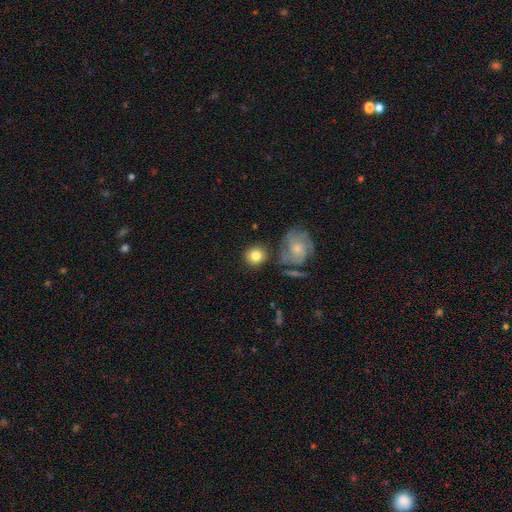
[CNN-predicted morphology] A smooth galaxy with no disk features (79%) that is round (88%).

Vote fractions:
- Smooth or featured? smooth: 79% / featured or disk: 14% / star or artifact: 7%
- How rounded? round: 88% / in between: 11% / cigar-shaped: 1%
- Merging? none: 77% / minor disturbance: 11% / merger: 8% / major disturbance: 4%